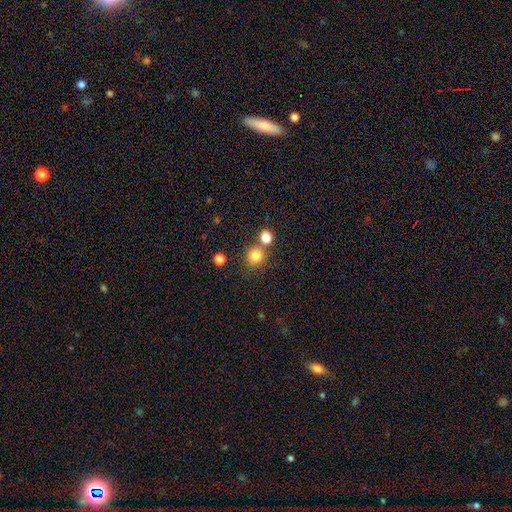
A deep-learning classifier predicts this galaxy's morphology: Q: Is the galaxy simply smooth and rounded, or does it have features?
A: smooth — 82%.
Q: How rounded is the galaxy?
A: round — 88%.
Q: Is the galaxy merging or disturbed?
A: none — 66%.